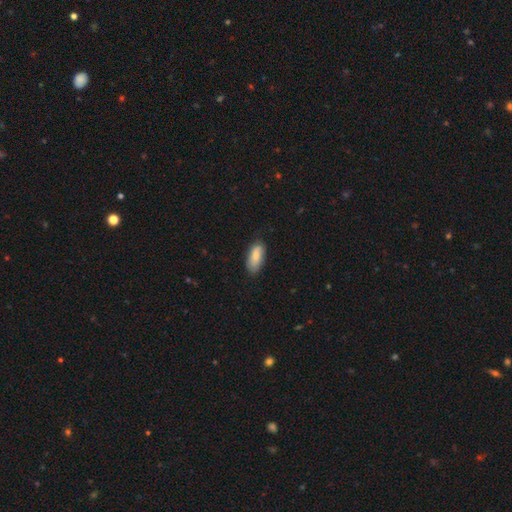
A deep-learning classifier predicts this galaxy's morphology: smooth_or_featured: smooth (p=0.79) [alt: featured or disk p=0.15]
how_rounded: in between (p=0.88) [alt: cigar-shaped p=0.10]
merging: none (p=0.73) [alt: minor disturbance p=0.22]